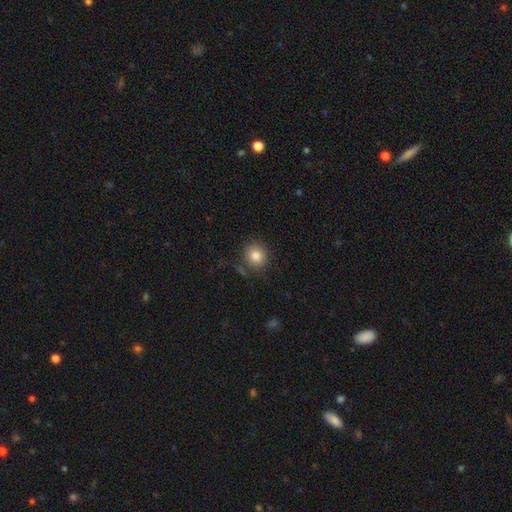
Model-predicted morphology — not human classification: Smooth or featured: smooth — 83% (star or artifact — 10%)
How rounded: round — 88% (in between — 11%)
Merging: none — 82% (minor disturbance — 11%)